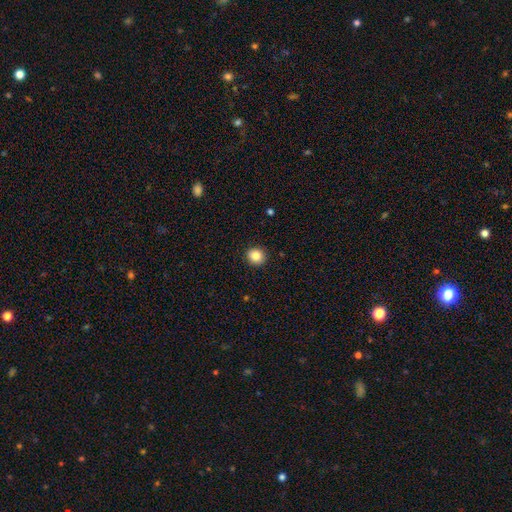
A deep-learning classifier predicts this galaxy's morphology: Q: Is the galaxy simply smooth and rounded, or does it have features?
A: smooth — 85%.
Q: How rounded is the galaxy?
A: round — 90%.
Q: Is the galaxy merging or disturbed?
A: none — 92%.